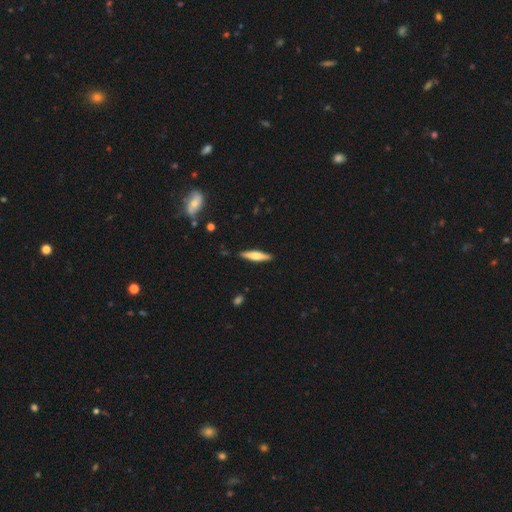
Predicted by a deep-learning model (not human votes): A smooth galaxy with no disk features (52%) that is cigar-shaped (81%). Merging: none (89%).